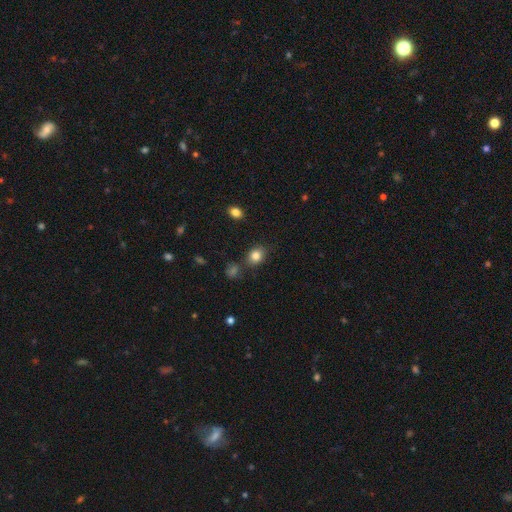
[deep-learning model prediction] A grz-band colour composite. It shows a smooth galaxy with no disk features (84%) that is round (54%). Merging: none (80%).